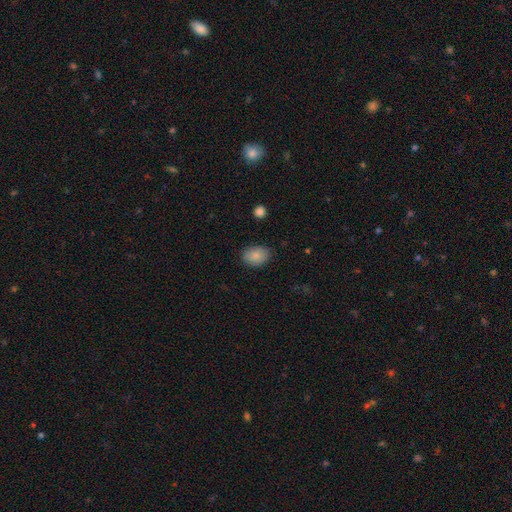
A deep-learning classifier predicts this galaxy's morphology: Smooth or featured? smooth (85%)
How rounded? in between (73%)
Merging? none (82%)